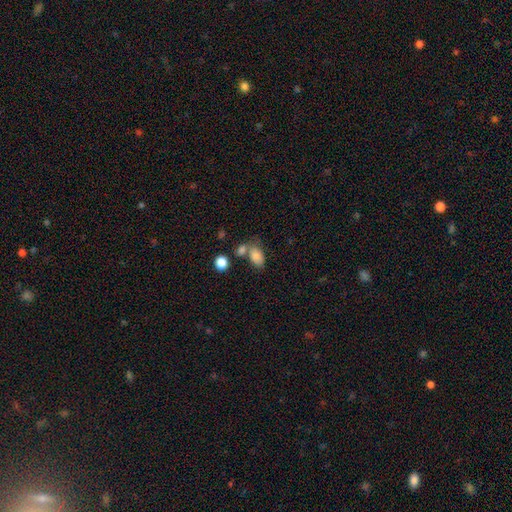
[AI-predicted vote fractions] Morphology: type=smooth (82%); roundness=in between (86%); merging=none (46%).